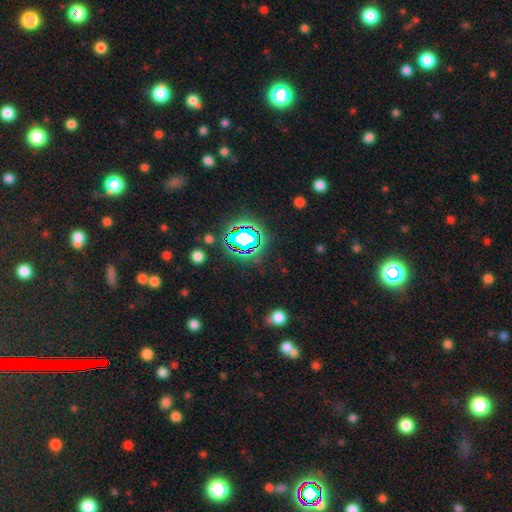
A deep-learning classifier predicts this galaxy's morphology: type=star or artifact (78%).